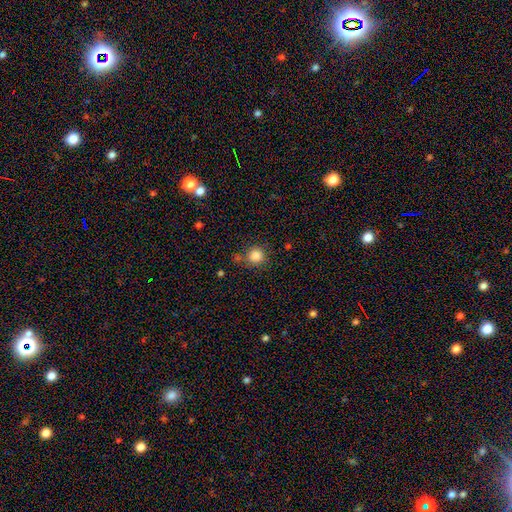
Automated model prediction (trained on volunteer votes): A smooth galaxy with no disk features (85%) that is round (92%).

Vote fractions:
- Smooth or featured? smooth: 85% / star or artifact: 11% / featured or disk: 4%
- How rounded? round: 92% / in between: 7% / cigar-shaped: 1%
- Merging? none: 74% / minor disturbance: 13% / merger: 9% / major disturbance: 4%